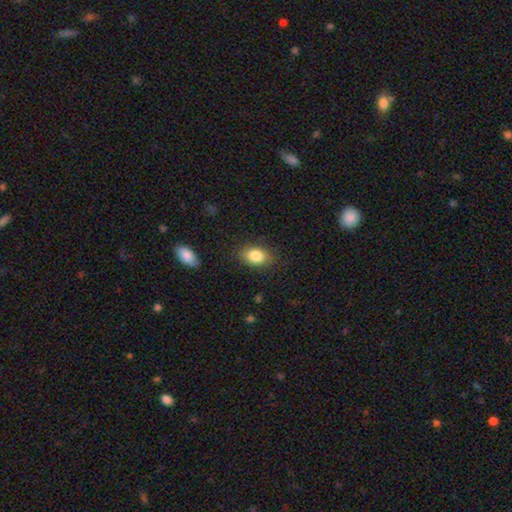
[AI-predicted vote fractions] smooth_or_featured: smooth (p=0.83) [alt: featured or disk p=0.08]
how_rounded: in between (p=0.83) [alt: round p=0.15]
merging: none (p=0.84) [alt: minor disturbance p=0.12]